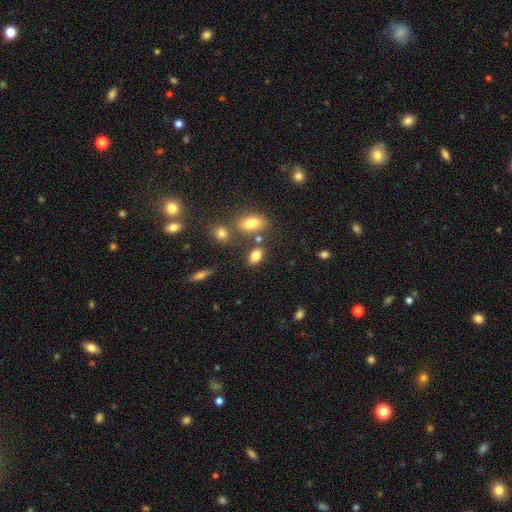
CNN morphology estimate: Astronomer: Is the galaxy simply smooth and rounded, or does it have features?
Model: smooth — 82%.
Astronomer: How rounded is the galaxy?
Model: in between — 82%.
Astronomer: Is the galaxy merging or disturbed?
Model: none — 70%.